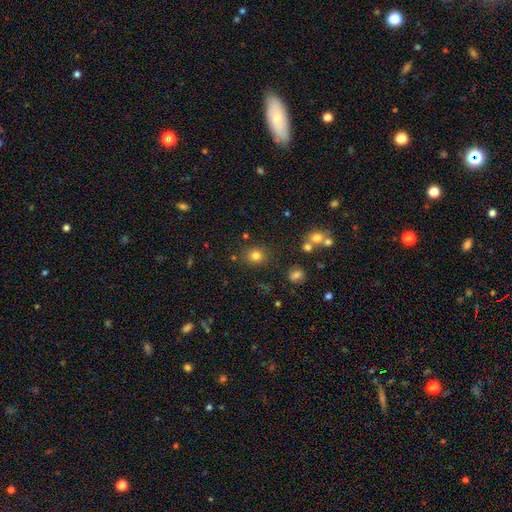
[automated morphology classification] Smooth or featured? Predicted: smooth (p=0.79). How rounded? Predicted: round (p=0.74). Merging? Predicted: none (p=0.83).